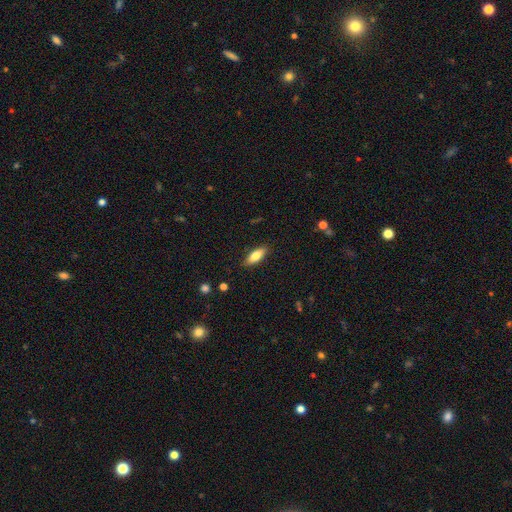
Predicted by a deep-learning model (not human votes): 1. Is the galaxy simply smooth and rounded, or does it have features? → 79% smooth, 15% featured or disk, 6% star or artifact.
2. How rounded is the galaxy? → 71% in between, 27% cigar-shaped, 2% round.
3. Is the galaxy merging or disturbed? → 86% none, 10% minor disturbance, 2% major disturbance, 1% merger.